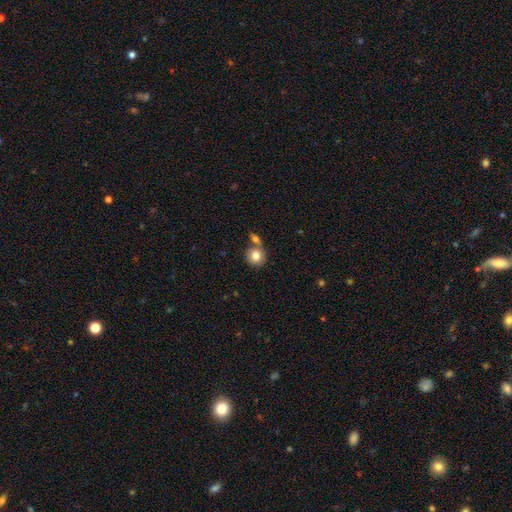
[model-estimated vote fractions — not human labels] Smooth or featured? Predicted: smooth (p=0.80). How rounded? Predicted: round (p=0.86). Merging? Predicted: none (p=0.57).